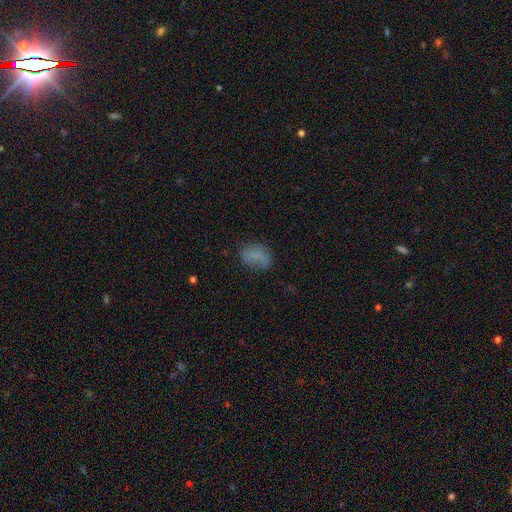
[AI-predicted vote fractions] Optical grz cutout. It shows a smooth galaxy with no disk features (71%) that is in between round and cigar-shaped (81%). Merging: none (57%).